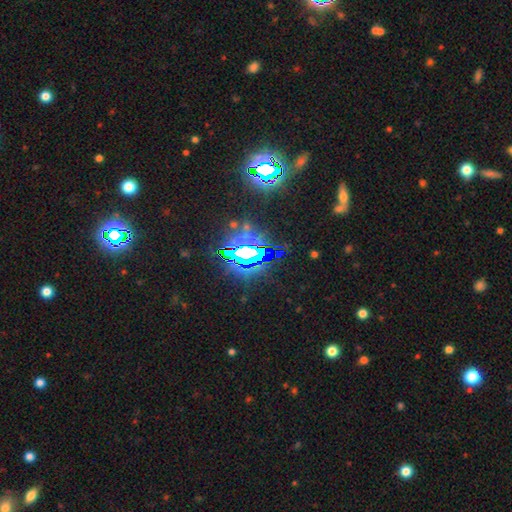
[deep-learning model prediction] A star or artifact, not a galaxy (78%).

Vote fractions:
- Smooth or featured? star or artifact: 78% / smooth: 11% / featured or disk: 11%